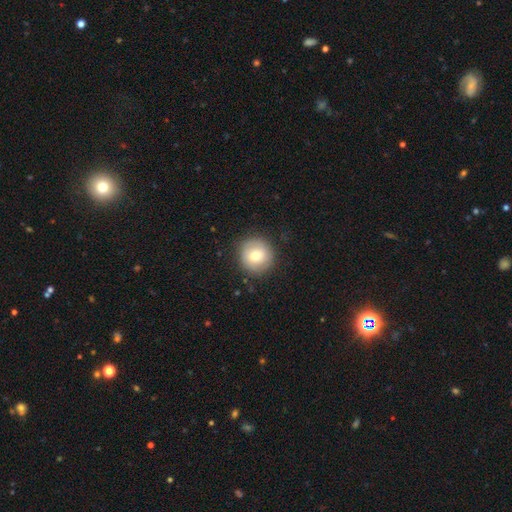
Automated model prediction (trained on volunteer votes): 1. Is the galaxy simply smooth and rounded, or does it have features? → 71% smooth, 20% featured or disk, 9% star or artifact.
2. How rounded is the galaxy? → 94% round, 5% in between, 1% cigar-shaped.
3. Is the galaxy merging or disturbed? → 86% none, 10% minor disturbance, 3% major disturbance, 1% merger.